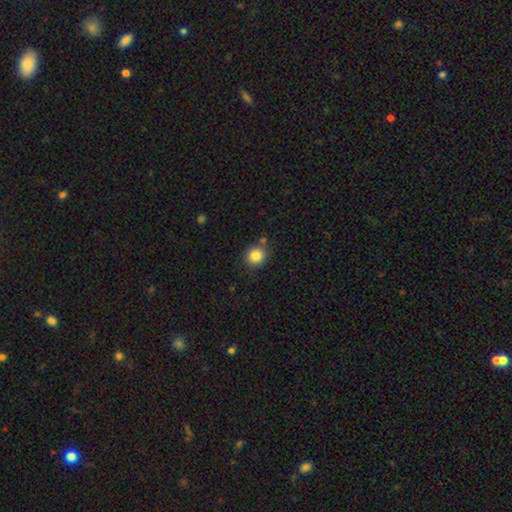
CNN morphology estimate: smooth_or_featured: smooth (p=0.84) [alt: star or artifact p=0.11]
how_rounded: round (p=0.90) [alt: in between p=0.09]
merging: none (p=0.79) [alt: minor disturbance p=0.10]